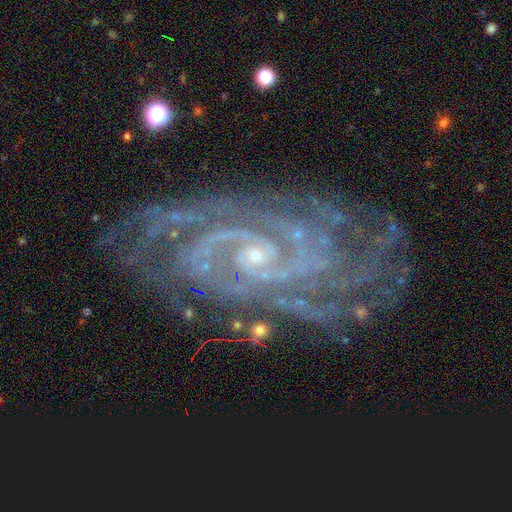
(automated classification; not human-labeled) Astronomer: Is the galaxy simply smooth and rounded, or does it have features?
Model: featured or disk — 83%.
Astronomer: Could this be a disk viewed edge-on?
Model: no — 97%.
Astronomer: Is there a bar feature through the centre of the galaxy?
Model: no — 55% (runner-up: weak, 31%).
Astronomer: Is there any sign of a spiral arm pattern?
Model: yes — 98%.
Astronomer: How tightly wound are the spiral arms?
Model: tight — 75%.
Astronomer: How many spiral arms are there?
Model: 2 — 27% (runner-up: can't tell, 20%).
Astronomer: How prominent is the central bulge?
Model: small — 78%.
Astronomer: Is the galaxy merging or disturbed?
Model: none — 82%.